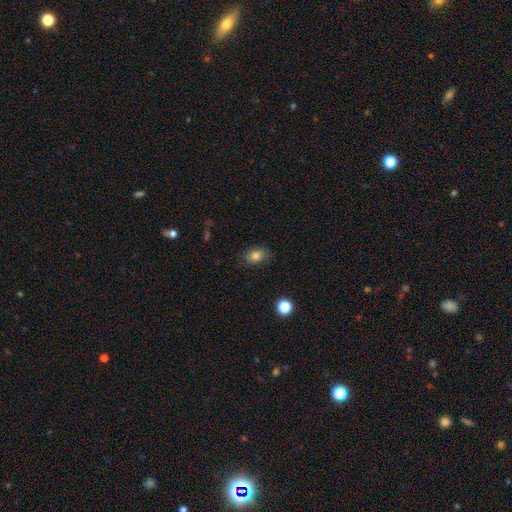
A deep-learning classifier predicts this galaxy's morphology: Q: Smooth or featured?
A: smooth (81%); runner-up: star or artifact (11%)
Q: How rounded?
A: in between (72%); runner-up: round (27%)
Q: Merging?
A: none (82%); runner-up: minor disturbance (14%)